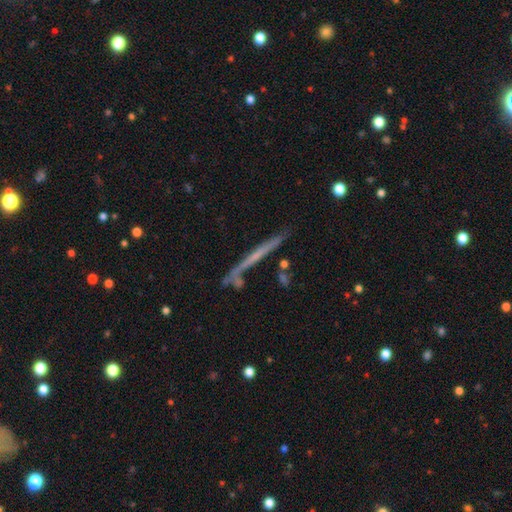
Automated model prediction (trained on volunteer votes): Overall: featured or disk (56%; smooth 35%). Edge-on disk: yes (95%). Edge-on bulge: none (82%). Merging: none (77%).